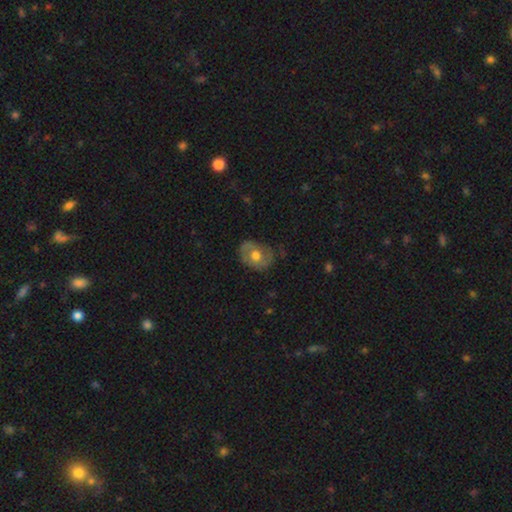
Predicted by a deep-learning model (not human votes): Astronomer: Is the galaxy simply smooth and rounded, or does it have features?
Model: smooth — 48% (runner-up: featured or disk, 44%).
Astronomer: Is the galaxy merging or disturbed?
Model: none — 67%.